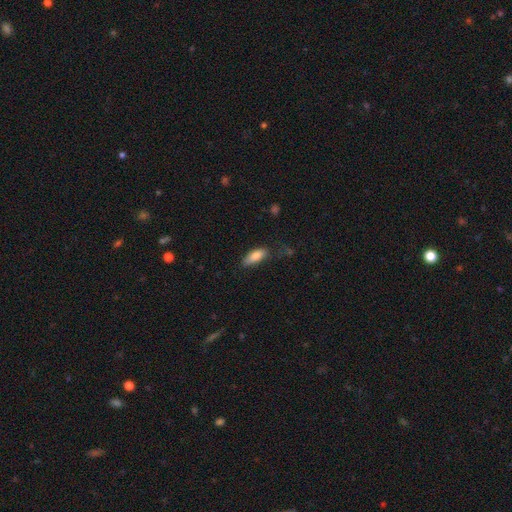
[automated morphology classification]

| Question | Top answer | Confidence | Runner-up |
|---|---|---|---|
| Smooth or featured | smooth | 83% | featured or disk (10%) |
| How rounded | in between | 73% | cigar-shaped (25%) |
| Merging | none | 62% | minor disturbance (27%) |